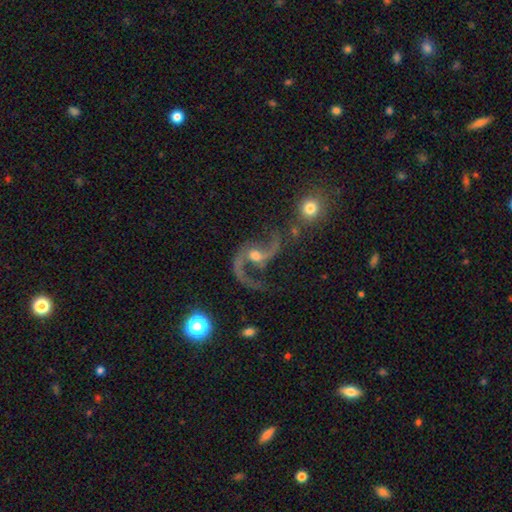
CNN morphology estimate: Smooth or featured?
  - featured or disk: 90% *
  - star or artifact: 6%
  - smooth: 4%
Edge-on disk?
  - no: 98% *
  - yes: 2%
Bar?
  - no: 43% *
  - weak: 41%
  - strong: 16%
Spiral arms?
  - yes: 97% *
  - no: 3%
Spiral winding?
  - loose: 76% *
  - medium: 21%
  - tight: 3%
Spiral arm count?
  - 2: 93% *
  - 1: 3%
  - can't tell: 1%
  - 3: 1%
  - 4: 1%
  - more than 4: 1%
Bulge size?
  - moderate: 60% *
  - small: 28%
  - large: 7%
  - none: 3%
  - dominant: 2%
Merging?
  - none: 63% *
  - minor disturbance: 16%
  - major disturbance: 15%
  - merger: 6%